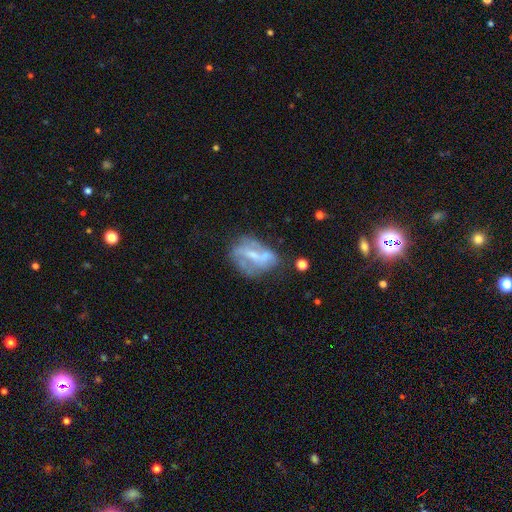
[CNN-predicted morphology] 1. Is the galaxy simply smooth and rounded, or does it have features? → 64% featured or disk, 27% smooth, 10% star or artifact.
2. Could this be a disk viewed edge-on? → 95% no, 5% yes.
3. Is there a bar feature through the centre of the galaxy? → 38% weak, 34% no, 28% strong.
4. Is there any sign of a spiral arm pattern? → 52% no, 48% yes.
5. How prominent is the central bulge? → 44% small, 29% moderate, 22% none, 3% large, 1% dominant.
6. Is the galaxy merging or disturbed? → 43% none, 25% minor disturbance, 22% major disturbance, 10% merger.